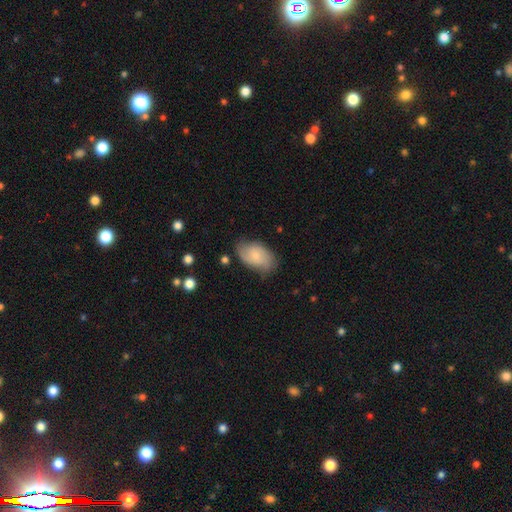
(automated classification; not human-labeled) Morphology: type=smooth (50%); merging=none (66%).